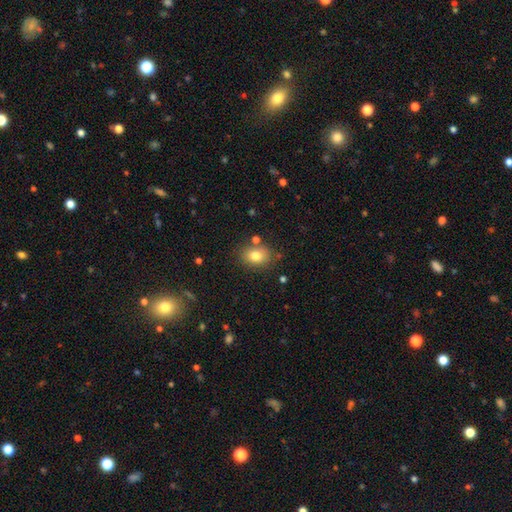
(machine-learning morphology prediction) A smooth galaxy with no disk features (80%) that is in between round and cigar-shaped (65%). Merging: none (79%).